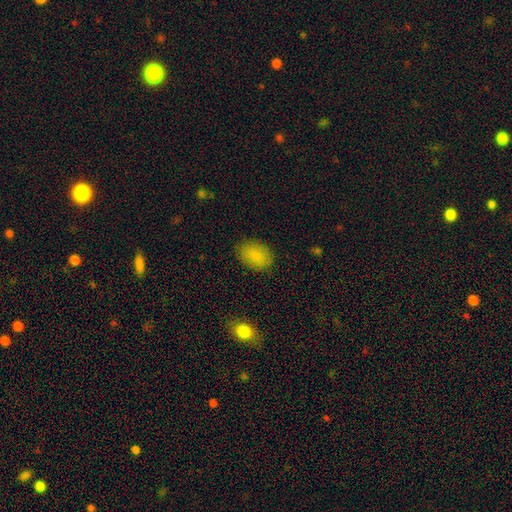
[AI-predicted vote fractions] A smooth galaxy with no disk features (86%) that is in between round and cigar-shaped (77%).

Vote fractions:
- Smooth or featured? smooth: 86% / star or artifact: 8% / featured or disk: 6%
- How rounded? in between: 77% / round: 22% / cigar-shaped: 1%
- Merging? none: 86% / minor disturbance: 10% / major disturbance: 3% / merger: 1%